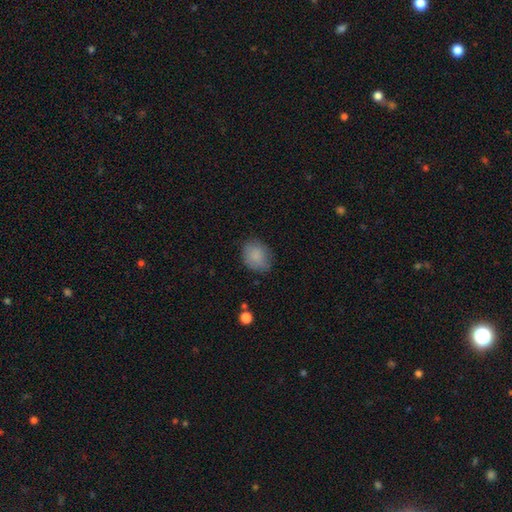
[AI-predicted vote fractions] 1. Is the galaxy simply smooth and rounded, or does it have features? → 85% smooth, 8% star or artifact, 7% featured or disk.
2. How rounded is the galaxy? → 50% round, 49% in between, 1% cigar-shaped.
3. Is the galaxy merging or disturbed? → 76% none, 18% minor disturbance, 4% major disturbance, 1% merger.